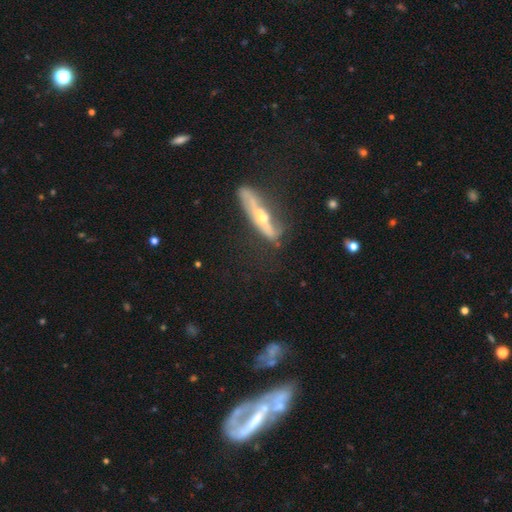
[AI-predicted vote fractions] The model was most divided on "merging": none: 56%, minor disturbance: 23%, major disturbance: 12%, merger: 9%. More confident: edge-on bulge — rounded (79%); edge-on disk — yes (77%); smooth or featured — featured or disk (70%).